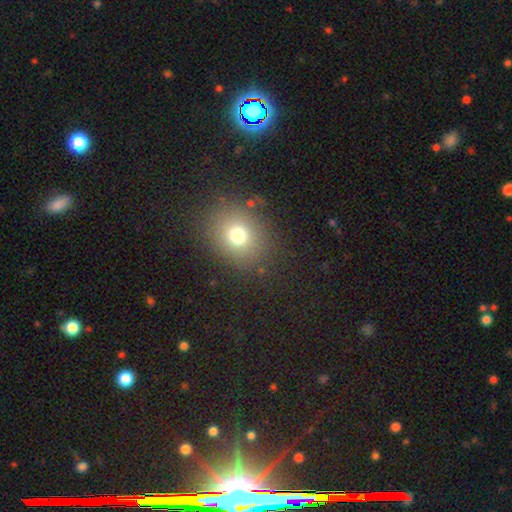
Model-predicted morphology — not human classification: Smooth or featured?
  - smooth: 59% *
  - star or artifact: 32%
  - featured or disk: 9%
How rounded?
  - round: 73% *
  - in between: 26%
  - cigar-shaped: 1%
Merging?
  - none: 88% *
  - minor disturbance: 7%
  - major disturbance: 3%
  - merger: 2%